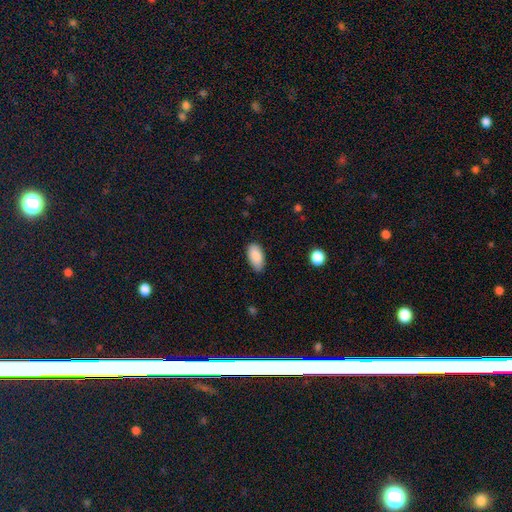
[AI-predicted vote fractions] Smooth or featured? smooth (87%)
How rounded? in between (94%)
Merging? none (78%)